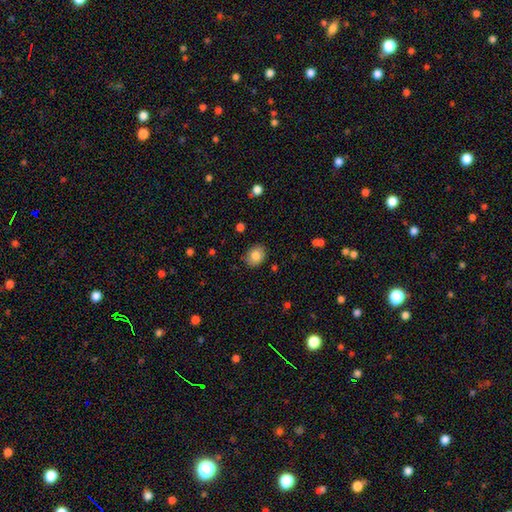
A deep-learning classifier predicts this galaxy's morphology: Smooth or featured? Predicted: smooth (p=0.82). How rounded? Predicted: round (p=0.52). Merging? Predicted: none (p=0.85).